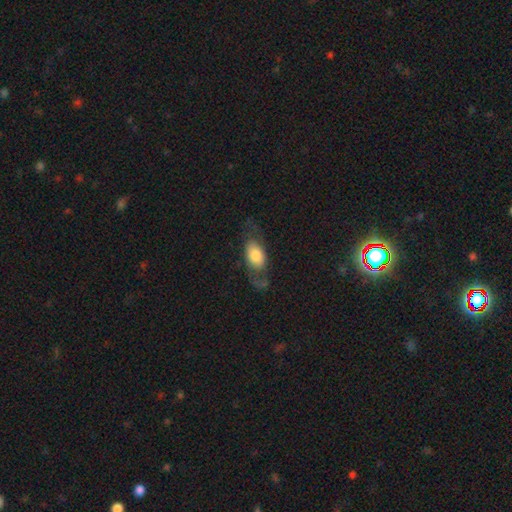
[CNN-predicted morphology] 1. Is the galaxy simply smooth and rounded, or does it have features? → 59% smooth, 34% featured or disk, 7% star or artifact.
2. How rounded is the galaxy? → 84% in between, 10% round, 6% cigar-shaped.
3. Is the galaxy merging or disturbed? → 55% none, 22% major disturbance, 21% minor disturbance, 2% merger.